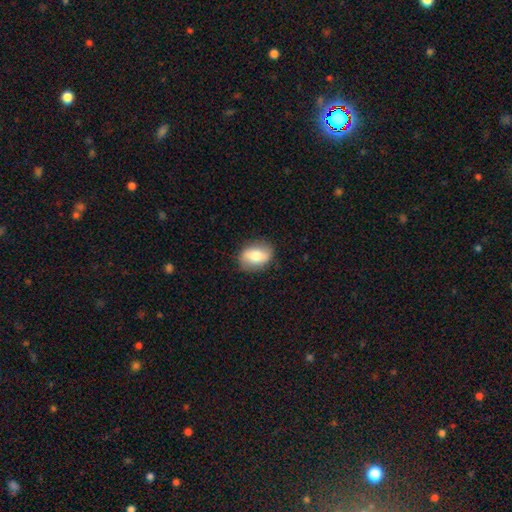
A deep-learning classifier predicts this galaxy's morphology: This appears to be a smooth galaxy with no disk features (65%) that is in between round and cigar-shaped (76%). Merging: none (83%).